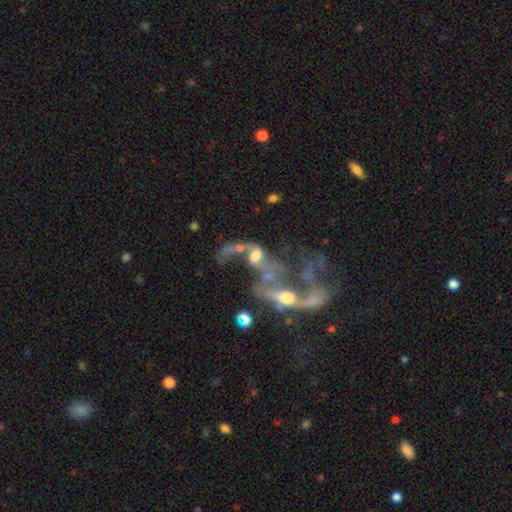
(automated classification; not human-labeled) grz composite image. It shows a featured or disk galaxy (68%) with no bar (62%), spiral arms (66%) and a moderate central bulge (45%). Merging: merger (68%).